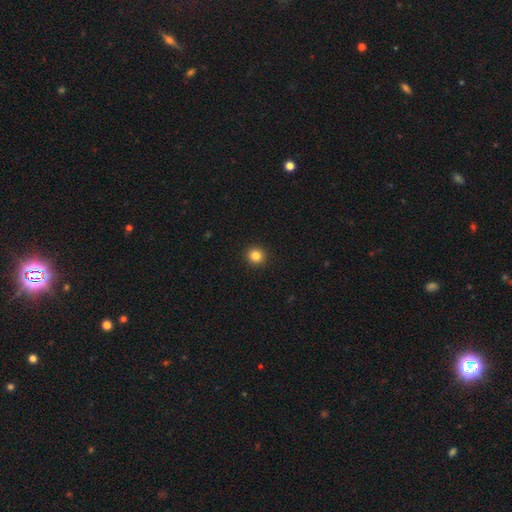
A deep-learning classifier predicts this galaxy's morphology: This appears to be a smooth galaxy with no disk features (84%) that is round (93%). Merging: none (93%).